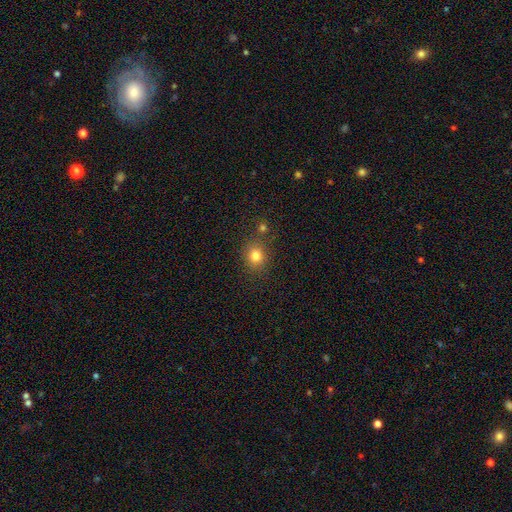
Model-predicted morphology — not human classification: smooth 81%, star or artifact 13%, featured or disk 6%. Down the decision tree: how rounded — round (80%); merging — none (80%).